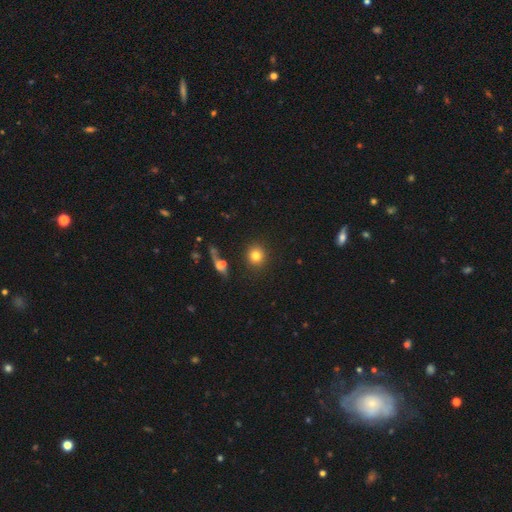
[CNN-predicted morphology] Overall: smooth (80%). How rounded: round (88%). Merging: none (86%).